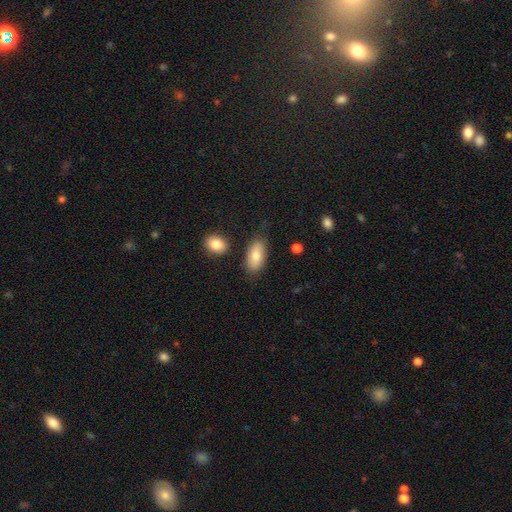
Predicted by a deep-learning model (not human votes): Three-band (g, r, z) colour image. It shows a smooth galaxy with no disk features (79%) that is in between round and cigar-shaped (90%). Merging: none (76%).